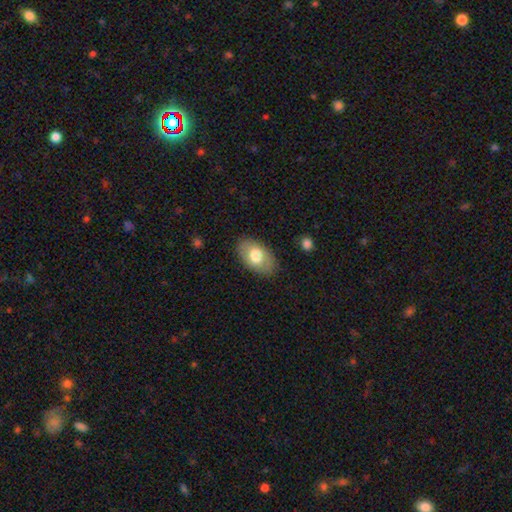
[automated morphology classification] Q: Smooth or featured?
A: smooth (68%); runner-up: featured or disk (26%)
Q: How rounded?
A: in between (92%); runner-up: round (6%)
Q: Merging?
A: none (83%); runner-up: minor disturbance (12%)